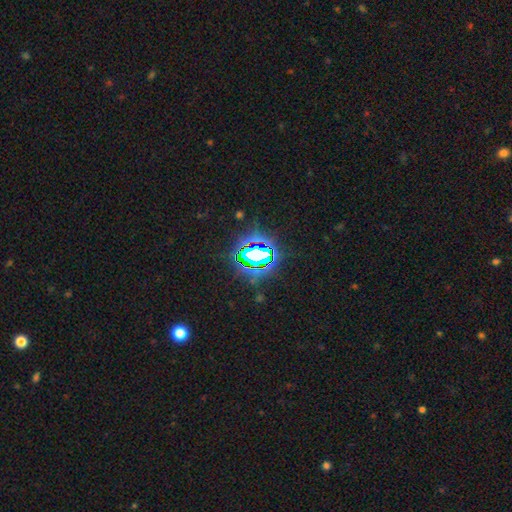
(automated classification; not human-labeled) Smooth or featured: star or artifact — 77% (smooth — 12%)